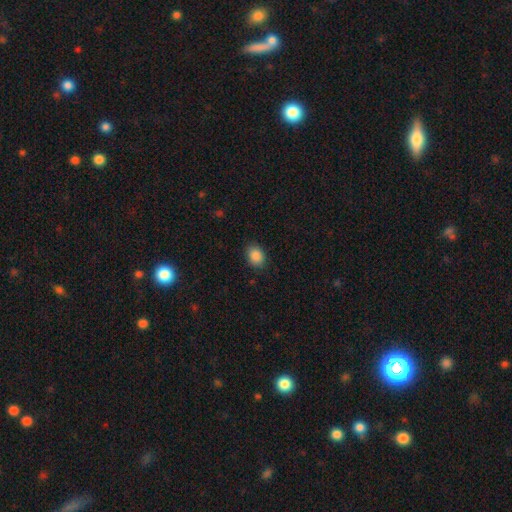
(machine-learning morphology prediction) Smooth or featured: smooth — 87% (star or artifact — 9%)
How rounded: in between — 64% (round — 35%)
Merging: none — 87% (minor disturbance — 10%)